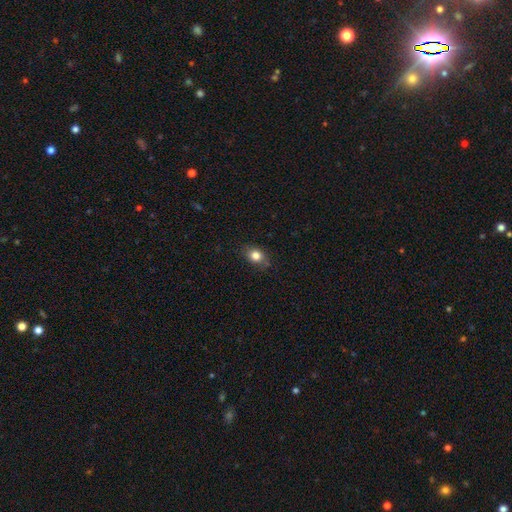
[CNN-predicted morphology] Overall: smooth (82%). How rounded: in between (49%, tied with round). Merging: none (79%).